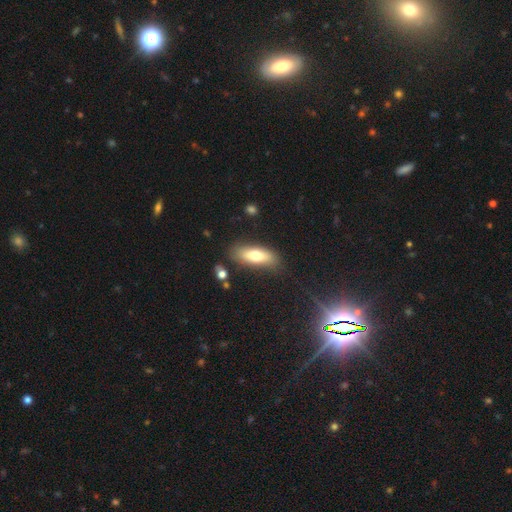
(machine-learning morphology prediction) smooth_or_featured: smooth (p=0.70) [alt: featured or disk p=0.23]
how_rounded: in between (p=0.66) [alt: cigar-shaped p=0.31]
merging: none (p=0.80) [alt: minor disturbance p=0.13]